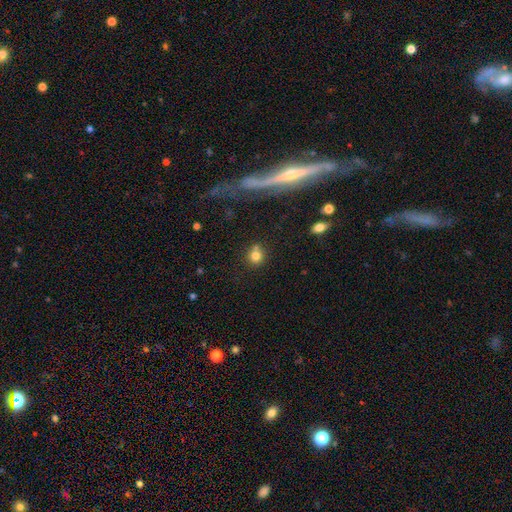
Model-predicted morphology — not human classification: A smooth galaxy with no disk features (78%) that is round (88%). Merging: none (68%).